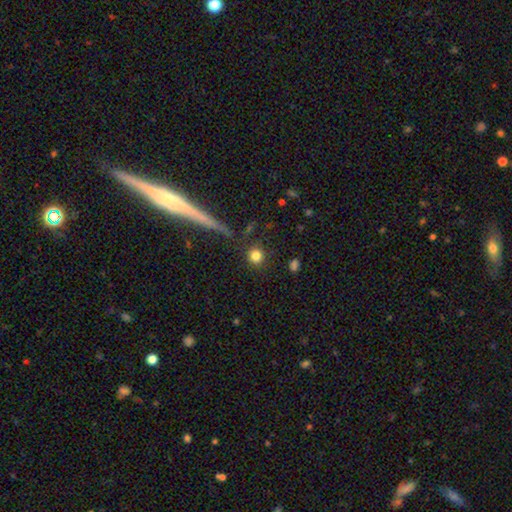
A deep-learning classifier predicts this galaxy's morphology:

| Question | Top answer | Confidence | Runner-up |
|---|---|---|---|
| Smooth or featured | smooth | 82% | star or artifact (11%) |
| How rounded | round | 92% | in between (6%) |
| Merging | none | 86% | minor disturbance (7%) |